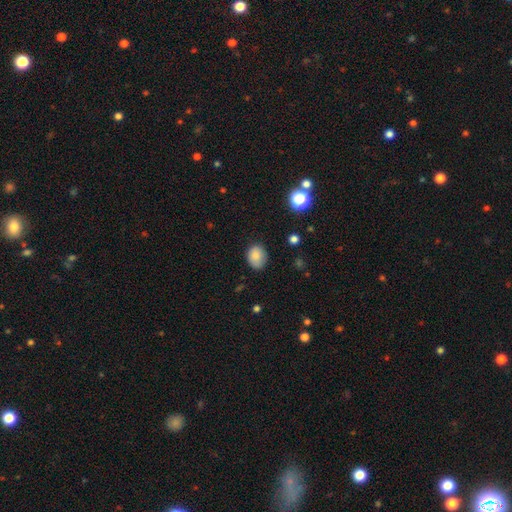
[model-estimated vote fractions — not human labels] A smooth galaxy with no disk features (82%) that is in between round and cigar-shaped (56%).

Vote fractions:
- Smooth or featured? smooth: 82% / star or artifact: 9% / featured or disk: 8%
- How rounded? in between: 56% / round: 43% / cigar-shaped: 1%
- Merging? none: 75% / minor disturbance: 20% / major disturbance: 4% / merger: 1%